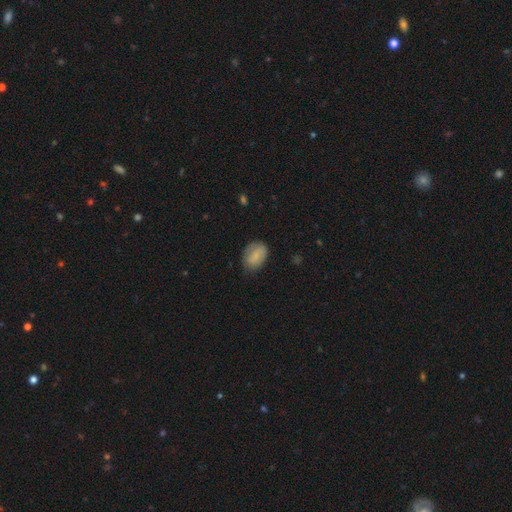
Overall: smooth (79%). How rounded: in between (65%; round 35%). Merging: none (68%).